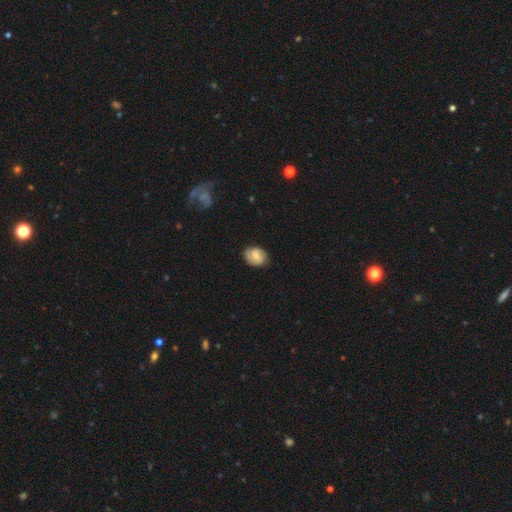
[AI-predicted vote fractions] Morphology: type=featured or disk (46%, tied with smooth); merging=none (81%).